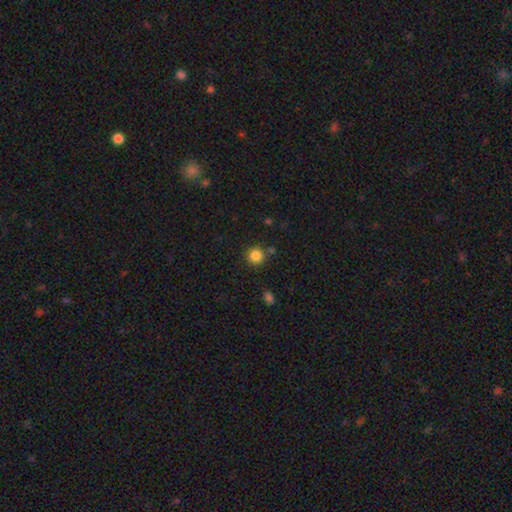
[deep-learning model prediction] A smooth galaxy with no disk features (84%) that is round (94%). Merging: none (83%).